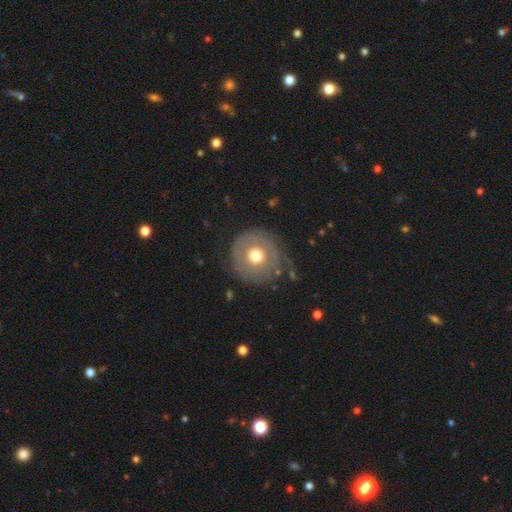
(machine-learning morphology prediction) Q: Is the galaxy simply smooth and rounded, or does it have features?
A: smooth — 53%.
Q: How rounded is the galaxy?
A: round — 94%.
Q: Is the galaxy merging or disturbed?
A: none — 77%.